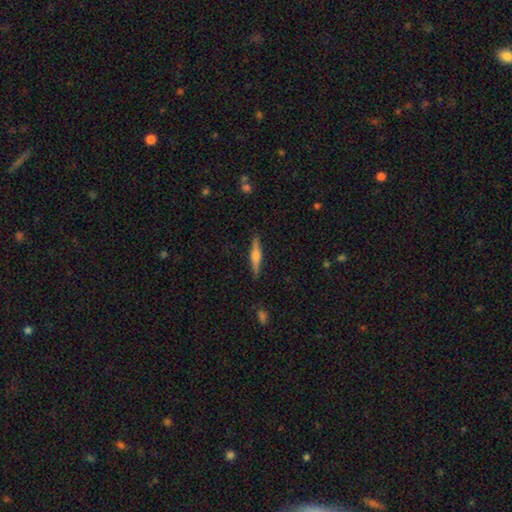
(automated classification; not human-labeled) Smooth or featured? Predicted: featured or disk (p=0.63). Edge-on disk? Predicted: yes (p=0.97). Edge-on bulge? Predicted: rounded (p=0.84). Merging? Predicted: none (p=0.90).